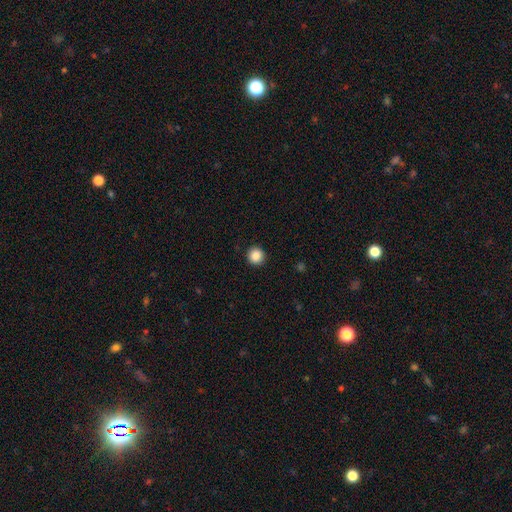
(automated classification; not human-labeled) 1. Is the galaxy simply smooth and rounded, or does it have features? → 88% smooth, 9% star or artifact, 3% featured or disk.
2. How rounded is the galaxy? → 95% round, 4% in between, 1% cigar-shaped.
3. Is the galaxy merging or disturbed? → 93% none, 5% minor disturbance, 2% major disturbance, 1% merger.